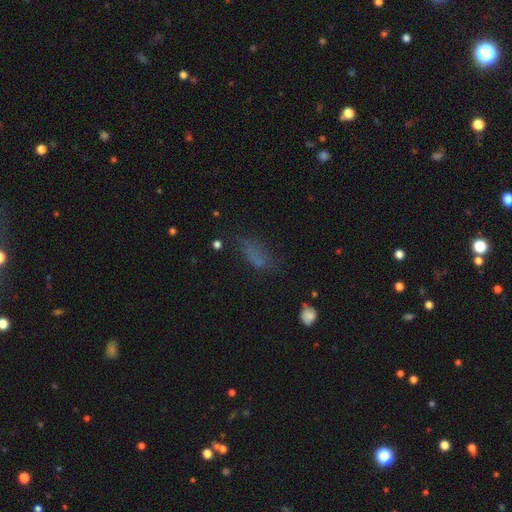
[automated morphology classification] smooth-or-featured: smooth: 64% | star or artifact: 20% | featured or disk: 16%
  how-rounded: in between: 73% | cigar-shaped: 21% | round: 6%
  merging: none: 50% | minor disturbance: 25% | major disturbance: 21% | merger: 4%